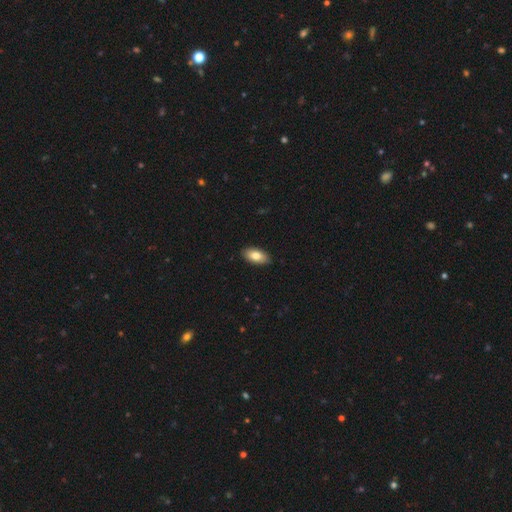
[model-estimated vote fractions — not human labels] Q: Smooth or featured?
A: smooth (81%); runner-up: featured or disk (12%)
Q: How rounded?
A: in between (92%); runner-up: cigar-shaped (5%)
Q: Merging?
A: none (88%); runner-up: minor disturbance (9%)